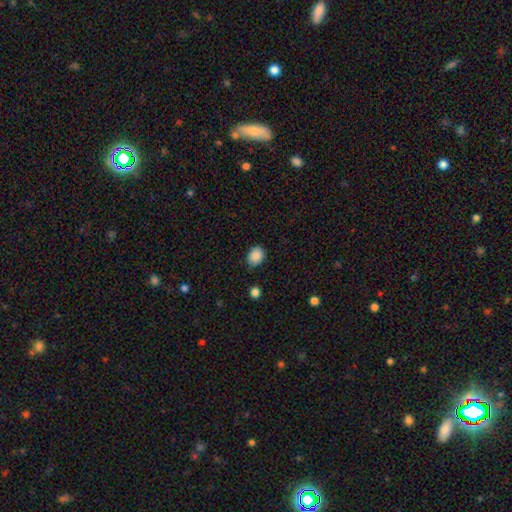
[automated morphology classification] smooth_or_featured: smooth (p=0.88) [alt: star or artifact p=0.08]
how_rounded: in between (p=0.58) [alt: round p=0.41]
merging: none (p=0.80) [alt: minor disturbance p=0.15]